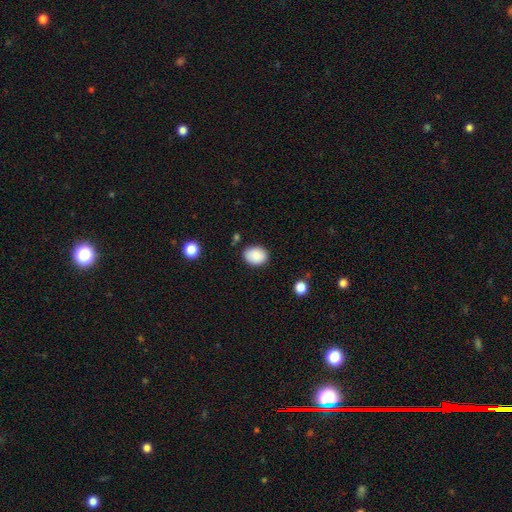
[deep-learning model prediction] Smooth or featured? smooth (88%)
How rounded? in between (60%)
Merging? none (83%)